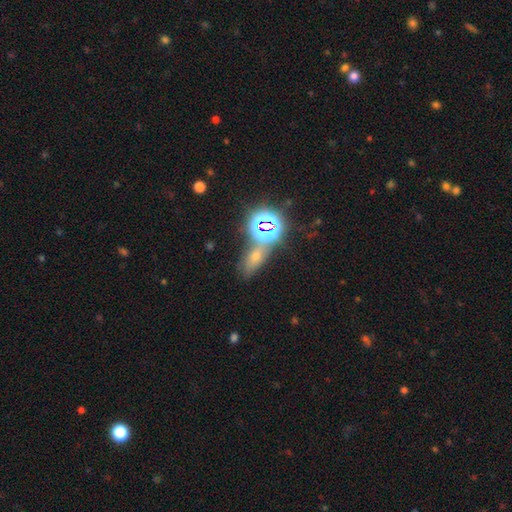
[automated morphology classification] Smooth or featured: star or artifact — 54% (smooth — 32%)